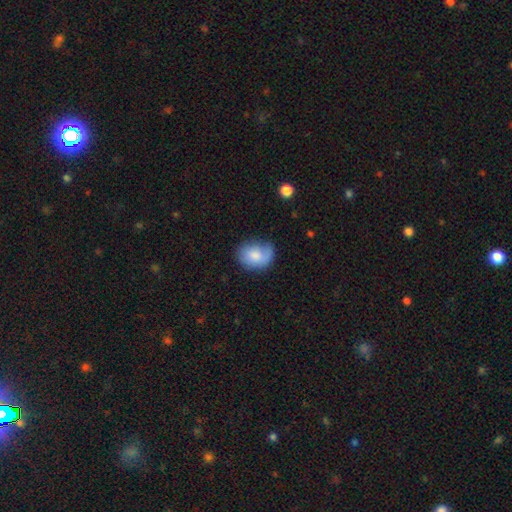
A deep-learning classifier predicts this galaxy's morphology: Overall: smooth (65%; featured or disk 28%). How rounded: in between (59%; round 40%). Merging: none (57%; minor disturbance 29%).